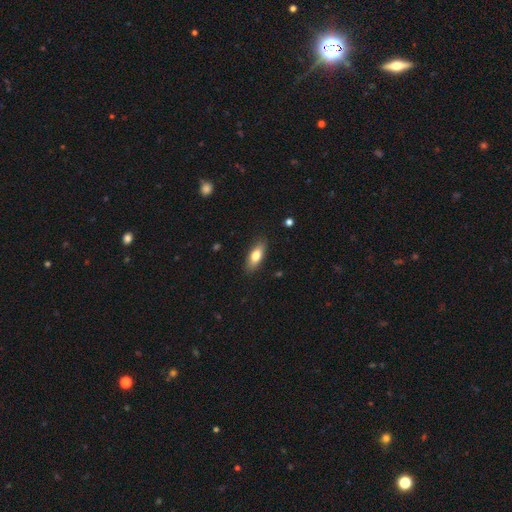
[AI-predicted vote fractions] smooth 75%, featured or disk 19%, star or artifact 6%. Down the decision tree: how rounded — in between (74%); merging — none (87%).